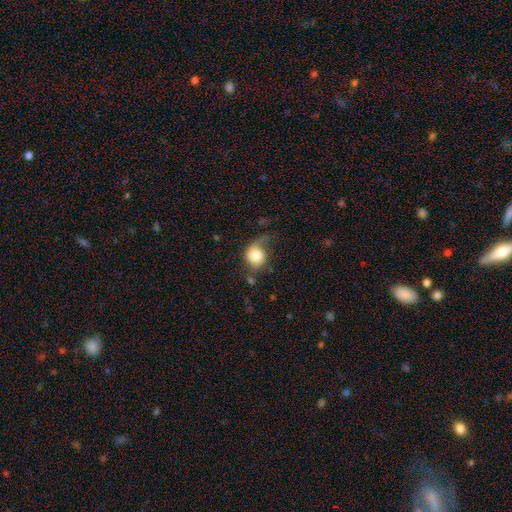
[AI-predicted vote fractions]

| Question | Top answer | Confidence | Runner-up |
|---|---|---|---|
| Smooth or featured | smooth | 69% | featured or disk (23%) |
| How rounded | round | 71% | in between (28%) |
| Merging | none | 34% | major disturbance (32%) |